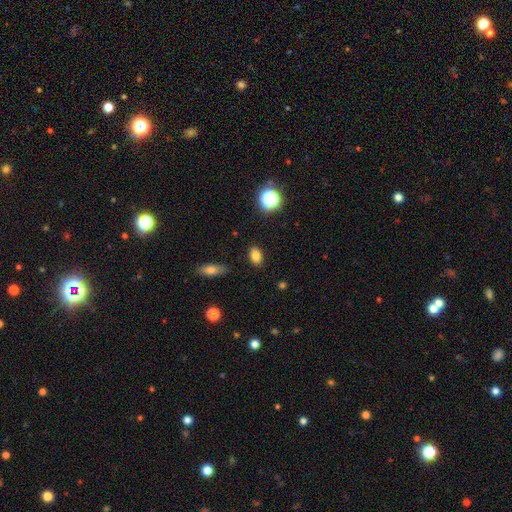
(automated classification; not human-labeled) A smooth galaxy with no disk features (81%) that is in between round and cigar-shaped (79%). Merging: none (87%).